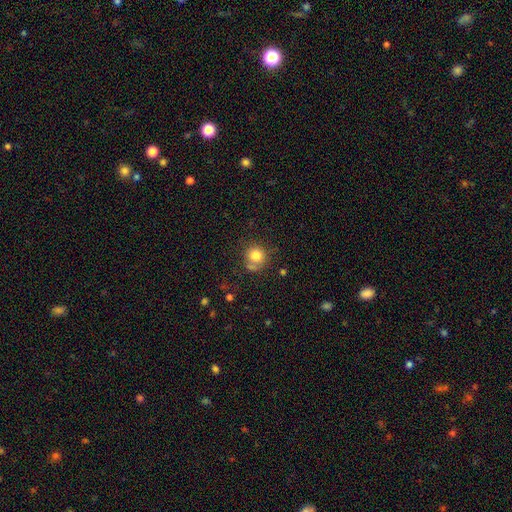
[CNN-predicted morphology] Smooth or featured? smooth (80%)
How rounded? round (90%)
Merging? none (64%)